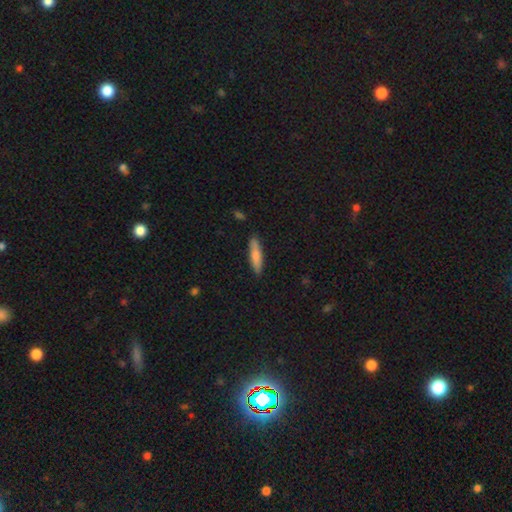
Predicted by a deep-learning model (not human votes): Smooth or featured: smooth — 76% (featured or disk — 19%)
How rounded: cigar-shaped — 78% (in between — 21%)
Merging: none — 87% (minor disturbance — 10%)